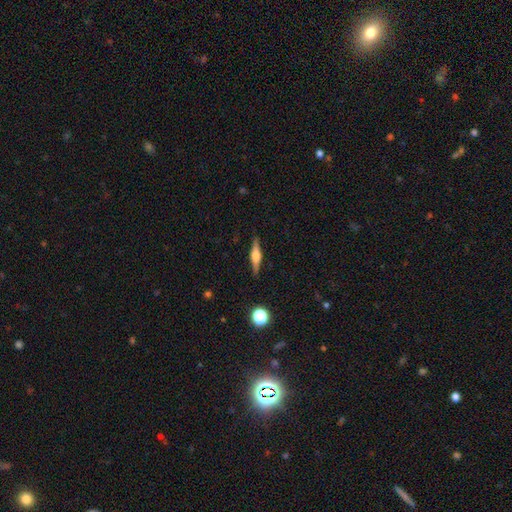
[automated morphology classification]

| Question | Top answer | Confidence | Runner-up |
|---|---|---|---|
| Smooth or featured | featured or disk | 67% | smooth (26%) |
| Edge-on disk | yes | 97% | no (3%) |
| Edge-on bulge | rounded | 82% | boxy (15%) |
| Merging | none | 89% | minor disturbance (8%) |